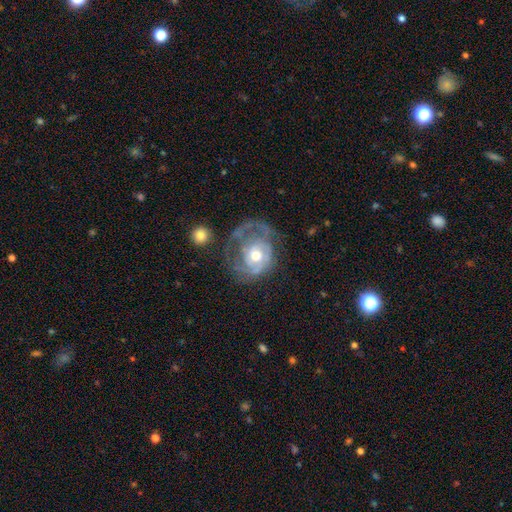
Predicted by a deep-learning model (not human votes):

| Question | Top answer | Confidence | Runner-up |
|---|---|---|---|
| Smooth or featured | featured or disk | 74% | smooth (19%) |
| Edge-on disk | no | 97% | yes (3%) |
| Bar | no | 76% | weak (20%) |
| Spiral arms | yes | 78% | no (22%) |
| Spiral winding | tight | 51% | medium (33%) |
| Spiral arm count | can't tell | 37% | 2 (28%) |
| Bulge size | moderate | 68% | small (20%) |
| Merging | major disturbance | 38% | none (36%) |